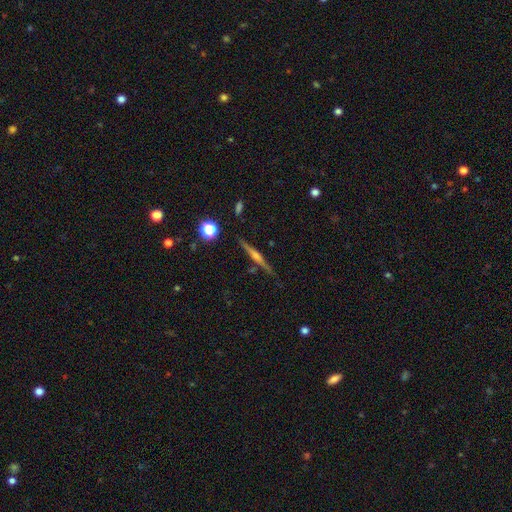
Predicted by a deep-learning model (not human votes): featured or disk 77%, smooth 15%, star or artifact 8%. Down the decision tree: edge-on disk — yes (98%); edge-on bulge — rounded (78%); merging — none (89%).